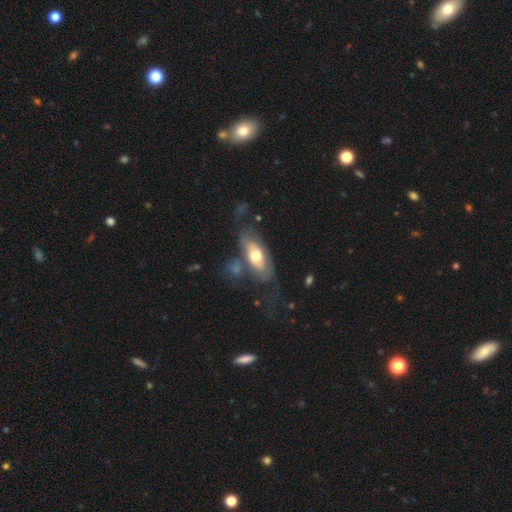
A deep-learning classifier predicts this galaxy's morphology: Smooth or featured? smooth (48%)
Merging? none (50%)